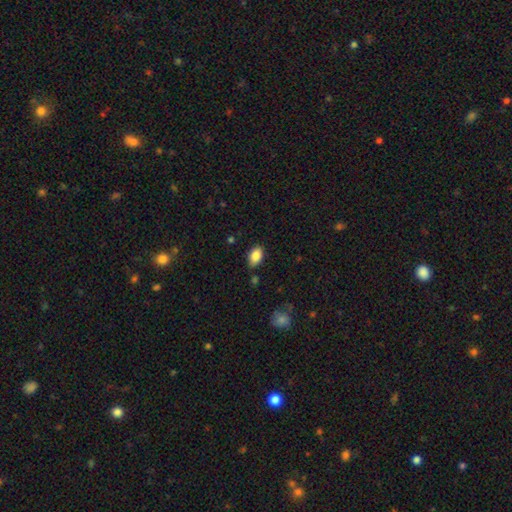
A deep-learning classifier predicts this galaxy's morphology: A smooth galaxy with no disk features (86%) that is in between round and cigar-shaped (91%).

Vote fractions:
- Smooth or featured? smooth: 86% / star or artifact: 8% / featured or disk: 6%
- How rounded? in between: 91% / round: 7% / cigar-shaped: 2%
- Merging? none: 82% / minor disturbance: 13% / major disturbance: 3% / merger: 2%